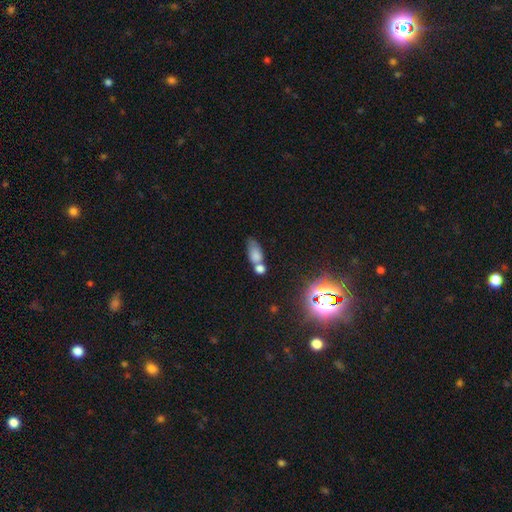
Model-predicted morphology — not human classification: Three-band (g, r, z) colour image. It shows a smooth galaxy with no disk features (71%) that is in between round and cigar-shaped (79%). Merging: merger (42%).